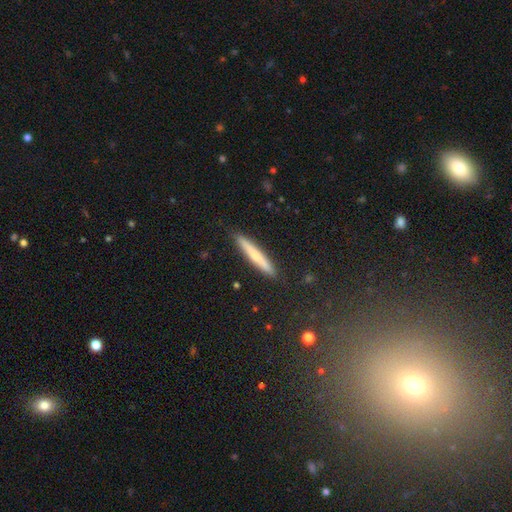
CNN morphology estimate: This is likely a smooth galaxy (63%). How rounded: clearly cigar-shaped (95%). Merging: clearly none (90%).